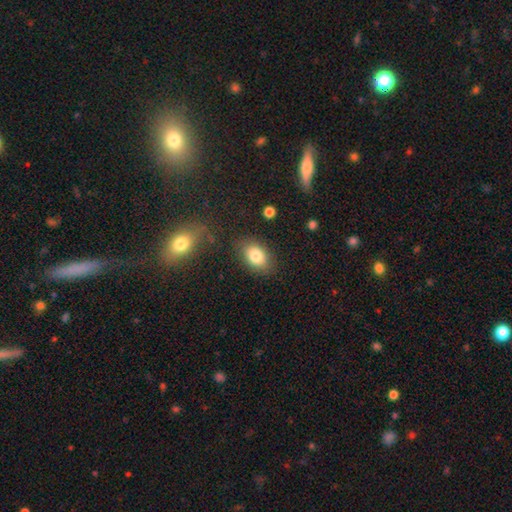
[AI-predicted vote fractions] This is clearly a smooth galaxy (82%). How rounded: clearly in between (82%). Merging: clearly none (81%).